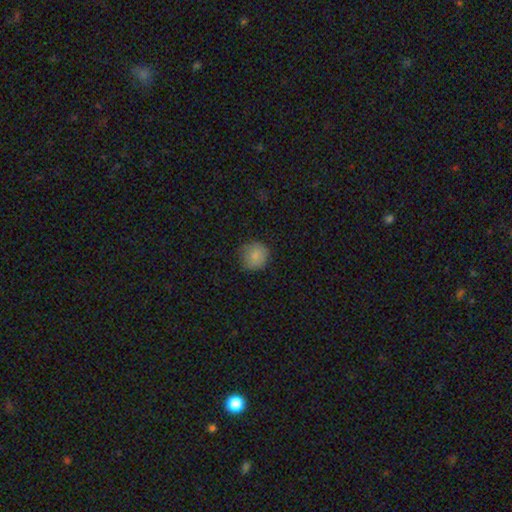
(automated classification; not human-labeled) Q: Smooth or featured?
A: smooth (84%); runner-up: star or artifact (9%)
Q: How rounded?
A: round (92%); runner-up: in between (7%)
Q: Merging?
A: none (80%); runner-up: minor disturbance (15%)